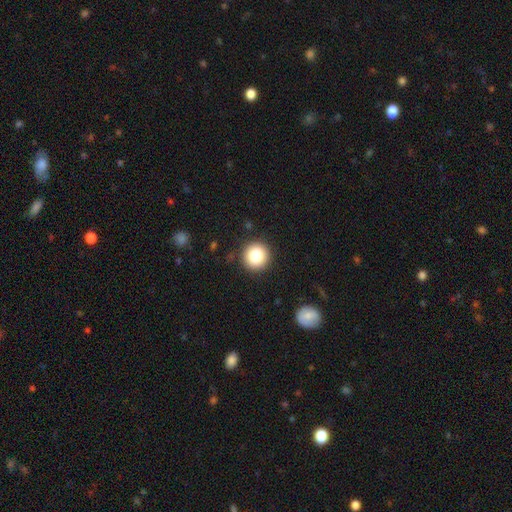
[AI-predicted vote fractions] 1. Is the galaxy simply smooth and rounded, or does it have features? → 83% smooth, 10% star or artifact, 7% featured or disk.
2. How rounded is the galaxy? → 95% round, 4% in between, 1% cigar-shaped.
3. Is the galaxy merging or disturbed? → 91% none, 6% minor disturbance, 2% major disturbance, 1% merger.